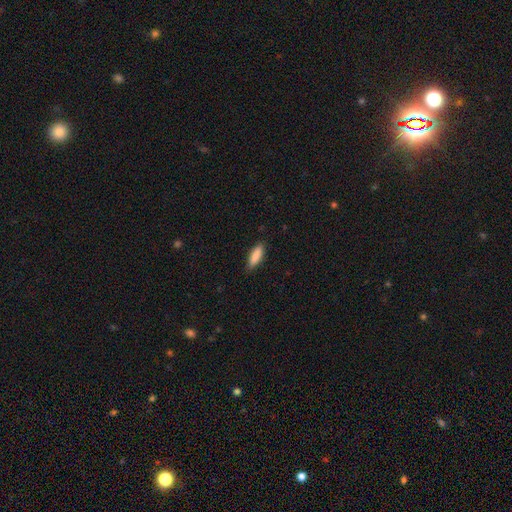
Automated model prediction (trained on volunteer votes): smooth_or_featured: smooth (p=0.87) [alt: featured or disk p=0.07]
how_rounded: cigar-shaped (p=0.50) [alt: in between p=0.49]
merging: none (p=0.84) [alt: minor disturbance p=0.12]